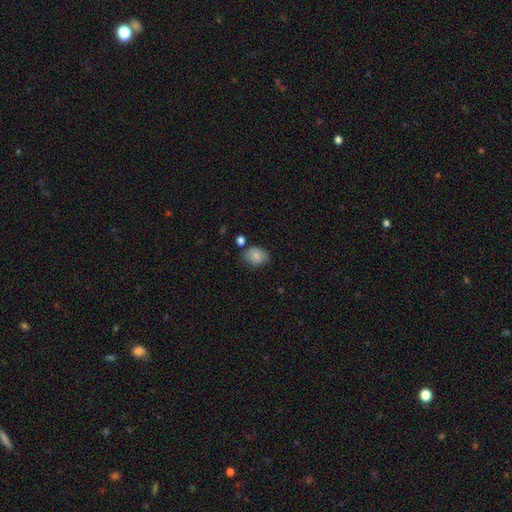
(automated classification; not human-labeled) This is clearly a smooth galaxy (85%). How rounded: possibly in between (53%). Merging: likely none (66%).